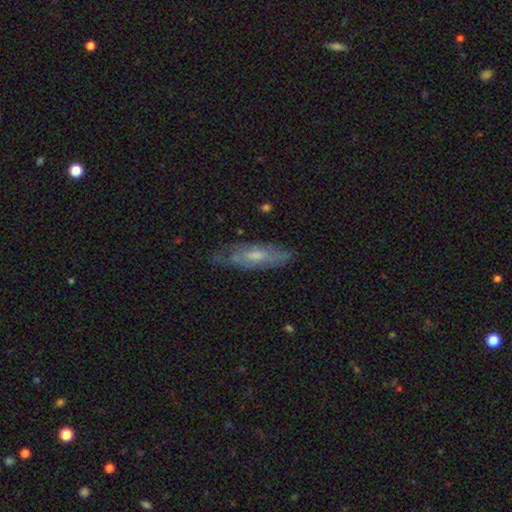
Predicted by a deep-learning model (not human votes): The model was most divided on "smooth or featured": featured or disk: 52%, smooth: 41%, star or artifact: 7%. More confident: merging — none (64%); edge-on disk — no (64%).